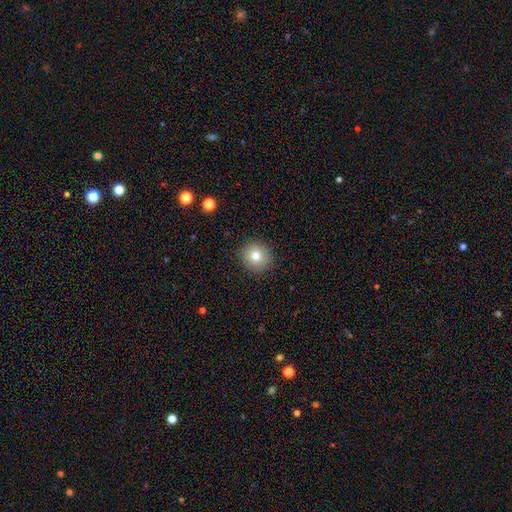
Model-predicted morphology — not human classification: Smooth or featured: smooth — 78% (star or artifact — 11%)
How rounded: round — 92% (in between — 7%)
Merging: none — 91% (minor disturbance — 6%)